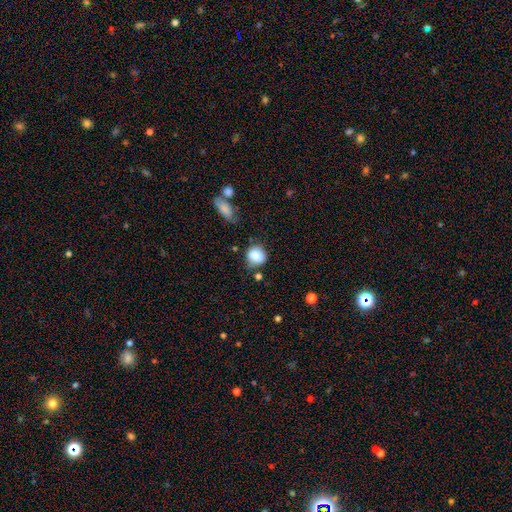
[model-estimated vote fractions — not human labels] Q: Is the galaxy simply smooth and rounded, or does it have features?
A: smooth — 84%.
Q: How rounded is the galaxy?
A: round — 76%.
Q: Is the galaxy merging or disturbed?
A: none — 65%.